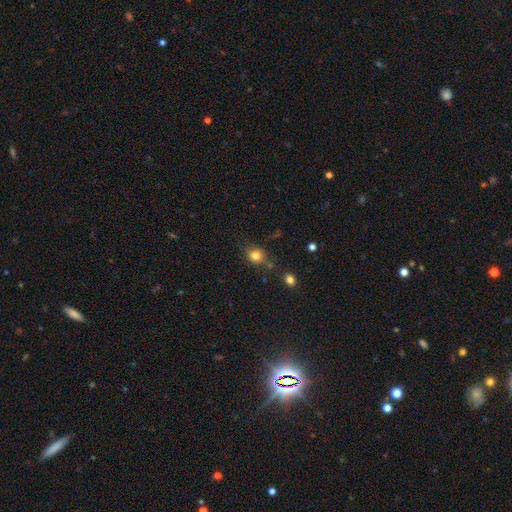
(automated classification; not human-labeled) Smooth or featured: smooth — 80% (star or artifact — 13%)
How rounded: round — 76% (in between — 23%)
Merging: none — 73% (minor disturbance — 16%)